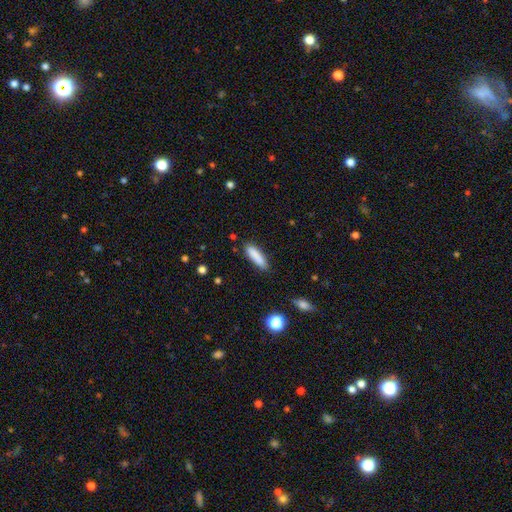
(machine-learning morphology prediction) Smooth or featured?
  - smooth: 86% *
  - star or artifact: 7%
  - featured or disk: 7%
How rounded?
  - cigar-shaped: 65% *
  - in between: 34%
  - round: 2%
Merging?
  - none: 85% *
  - minor disturbance: 11%
  - major disturbance: 2%
  - merger: 2%